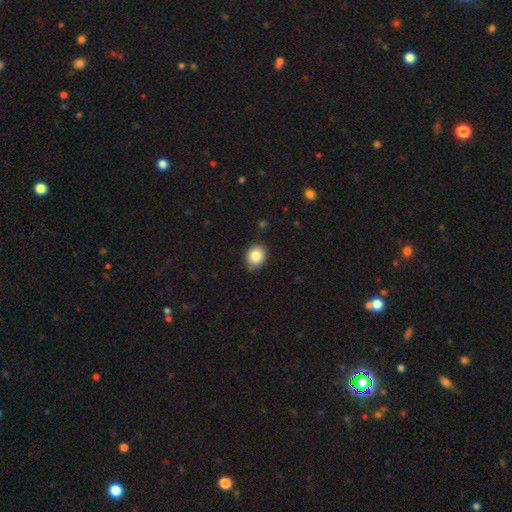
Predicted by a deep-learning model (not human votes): Q: Smooth or featured?
A: smooth (84%); runner-up: star or artifact (9%)
Q: How rounded?
A: round (61%); runner-up: in between (38%)
Q: Merging?
A: none (83%); runner-up: minor disturbance (13%)